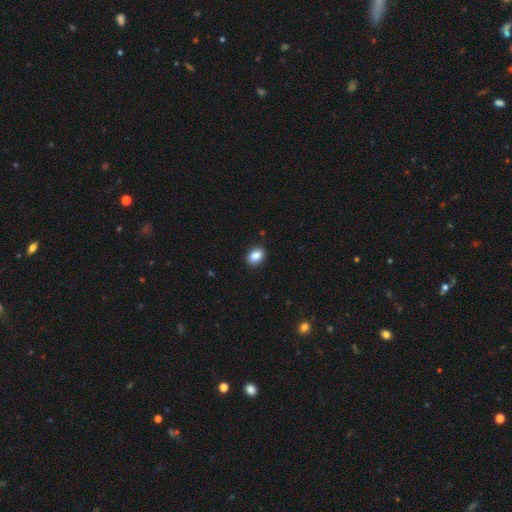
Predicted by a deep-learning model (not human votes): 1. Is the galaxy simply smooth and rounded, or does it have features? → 88% smooth, 8% star or artifact, 4% featured or disk.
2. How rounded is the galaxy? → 74% in between, 25% round, 1% cigar-shaped.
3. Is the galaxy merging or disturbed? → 89% none, 8% minor disturbance, 2% major disturbance, 1% merger.